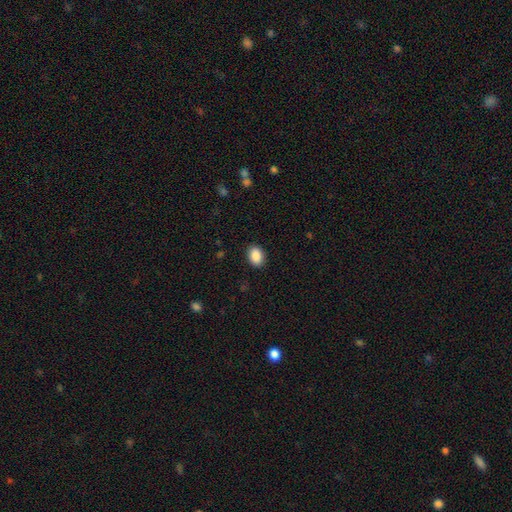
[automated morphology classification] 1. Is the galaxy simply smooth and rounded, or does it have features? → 89% smooth, 8% star or artifact, 3% featured or disk.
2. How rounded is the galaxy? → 77% in between, 22% round, 1% cigar-shaped.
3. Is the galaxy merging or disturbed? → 89% none, 8% minor disturbance, 2% major disturbance, 1% merger.